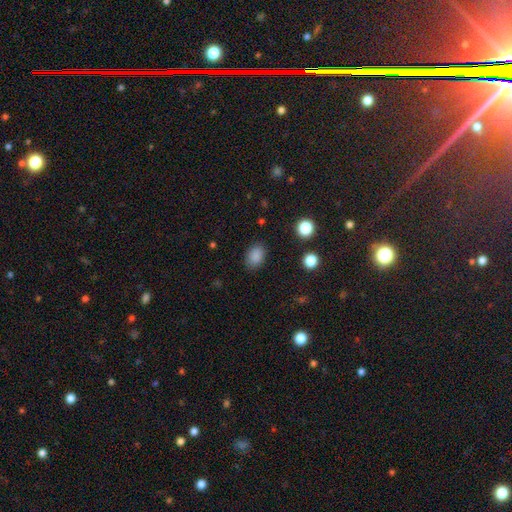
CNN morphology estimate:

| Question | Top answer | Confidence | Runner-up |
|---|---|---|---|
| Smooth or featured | smooth | 86% | star or artifact (10%) |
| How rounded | in between | 76% | round (23%) |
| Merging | none | 84% | minor disturbance (11%) |